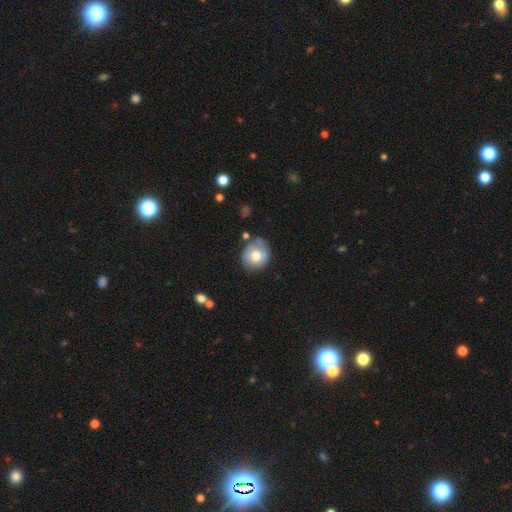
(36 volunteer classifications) smooth_or_featured: smooth (p=0.58) [alt: featured or disk p=0.39]
how_rounded: round (p=0.57) [alt: in between p=0.43]
merging: none (p=0.63) [alt: minor disturbance p=0.29]